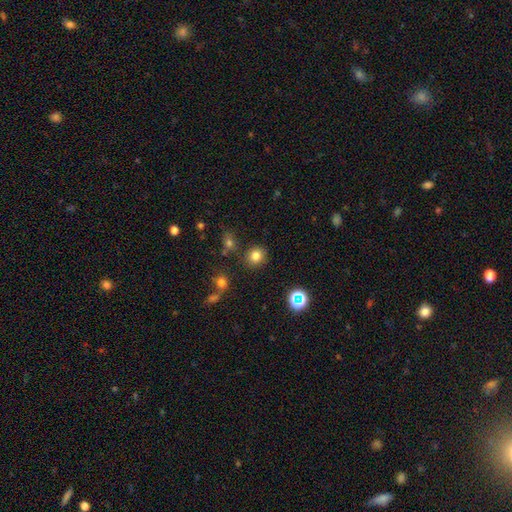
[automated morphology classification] A smooth galaxy with no disk features (78%) that is round (86%).

Vote fractions:
- Smooth or featured? smooth: 78% / star or artifact: 15% / featured or disk: 7%
- How rounded? round: 86% / in between: 13% / cigar-shaped: 1%
- Merging? none: 83% / minor disturbance: 9% / merger: 5% / major disturbance: 3%